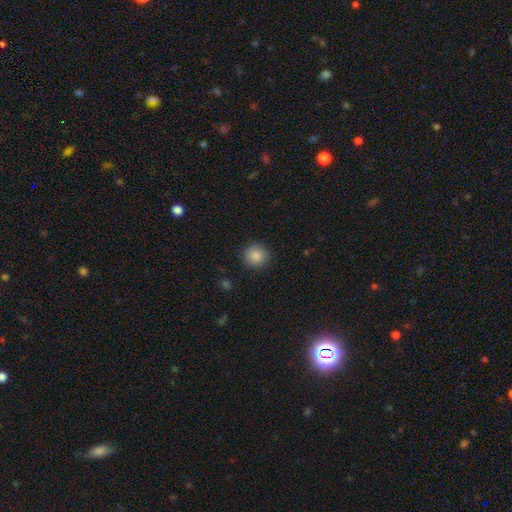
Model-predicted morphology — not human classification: Smooth or featured? smooth (86%)
How rounded? round (92%)
Merging? none (90%)